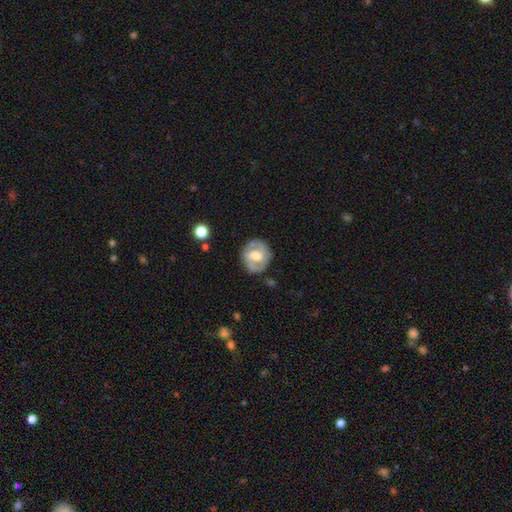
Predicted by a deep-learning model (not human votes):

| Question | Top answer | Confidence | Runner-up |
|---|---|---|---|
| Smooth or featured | featured or disk | 70% | smooth (24%) |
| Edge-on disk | no | 97% | yes (3%) |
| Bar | weak | 44% | no (35%) |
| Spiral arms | yes | 75% | no (25%) |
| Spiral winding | medium | 44% | tight (41%) |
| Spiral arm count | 2 | 77% | can't tell (13%) |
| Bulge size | moderate | 56% | large (24%) |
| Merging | none | 76% | minor disturbance (16%) |